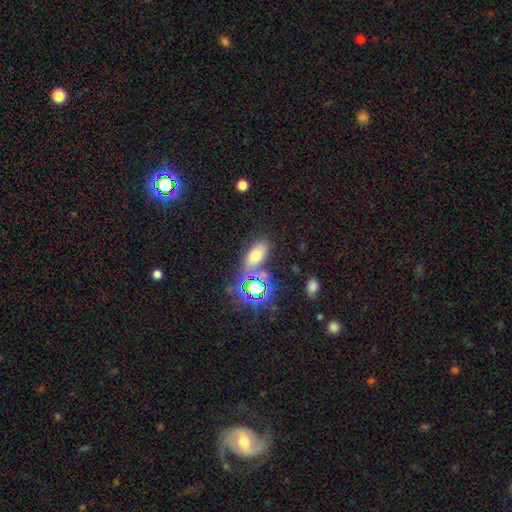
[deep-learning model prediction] smooth 59%, star or artifact 28%, featured or disk 13%. Down the decision tree: how rounded — in between (83%); merging — none (64%).